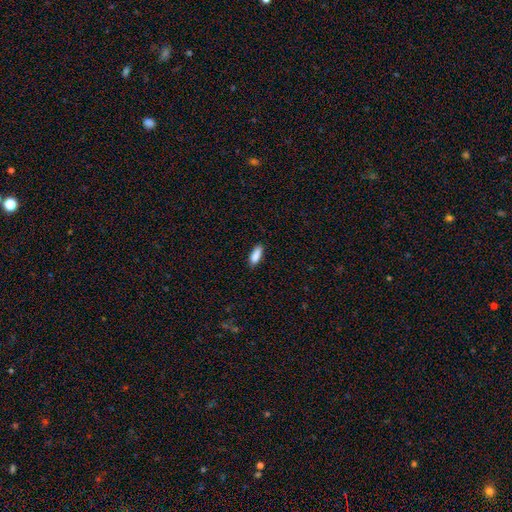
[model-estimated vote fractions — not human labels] Smooth or featured? Predicted: smooth (p=0.87). How rounded? Predicted: in between (p=0.67). Merging? Predicted: none (p=0.83).